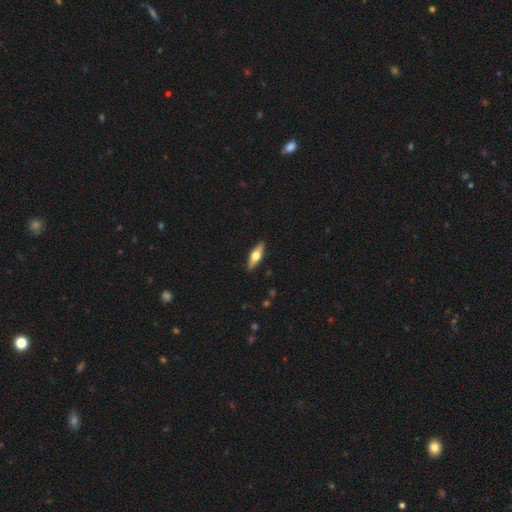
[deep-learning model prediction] The model was most divided on "smooth or featured": featured or disk: 50%, smooth: 44%, star or artifact: 6%. More confident: edge-on disk — yes (91%); merging — none (90%).